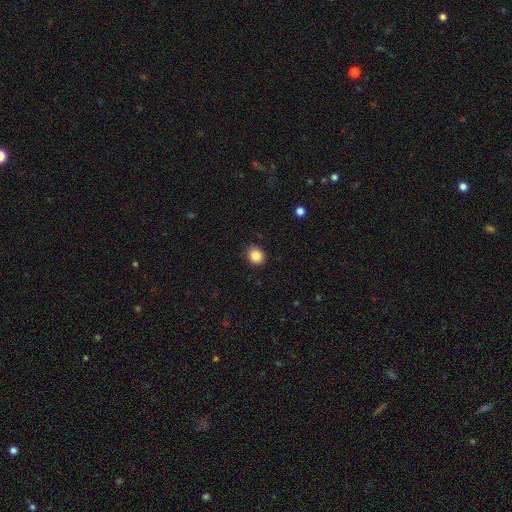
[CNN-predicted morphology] smooth_or_featured: smooth (p=0.85) [alt: star or artifact p=0.10]
how_rounded: round (p=0.68) [alt: in between p=0.31]
merging: none (p=0.87) [alt: minor disturbance p=0.10]